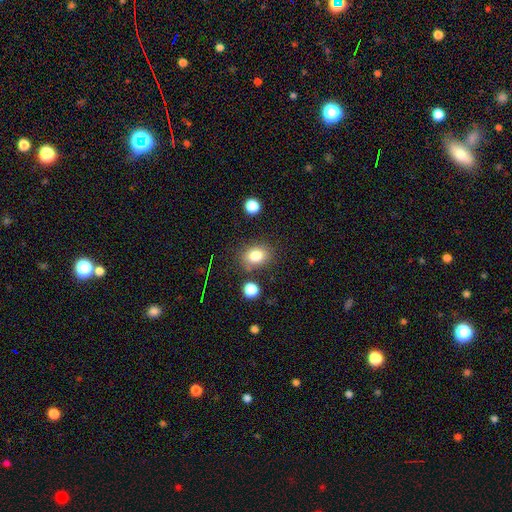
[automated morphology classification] Q: Smooth or featured?
A: smooth (80%); runner-up: star or artifact (11%)
Q: How rounded?
A: in between (63%); runner-up: round (36%)
Q: Merging?
A: none (75%); runner-up: minor disturbance (14%)